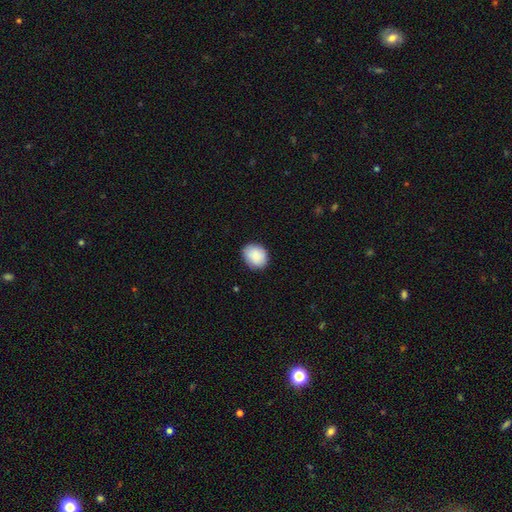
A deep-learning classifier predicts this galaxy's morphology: Q: Smooth or featured?
A: smooth (89%); runner-up: star or artifact (7%)
Q: How rounded?
A: in between (50%); runner-up: round (49%)
Q: Merging?
A: none (82%); runner-up: minor disturbance (14%)